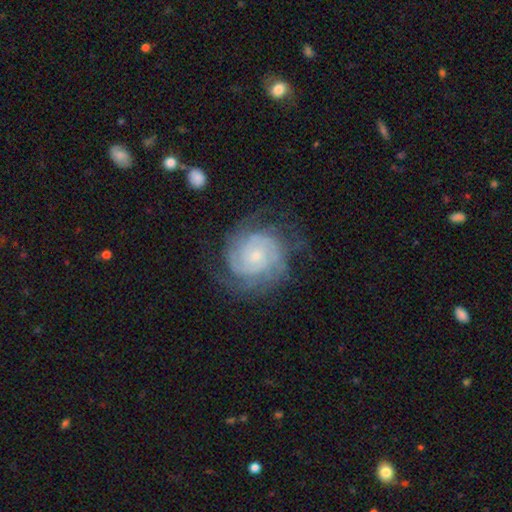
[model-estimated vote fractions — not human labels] smooth-or-featured: featured or disk: 83% | smooth: 11% | star or artifact: 6%
  disk-edge-on: no: 98% | yes: 2%
    bar: no: 75% | weak: 21% | strong: 4%
    has-spiral-arms: yes: 96% | no: 4%
      spiral-winding: tight: 71% | medium: 24% | loose: 5%
      spiral-arm-count: can't tell: 29% | 2: 24% | 3: 23% | 4: 12% | more than 4: 6% | 1: 6%
    bulge-size: small: 74% | moderate: 21% | none: 3% | large: 2% | dominant: 1%
  merging: none: 70% | minor disturbance: 18% | major disturbance: 11% | merger: 1%